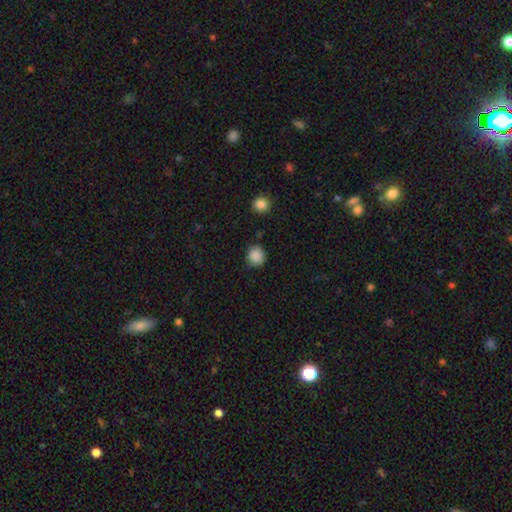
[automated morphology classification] This appears to be a smooth galaxy with no disk features (88%) that is round (91%). Merging: none (83%).